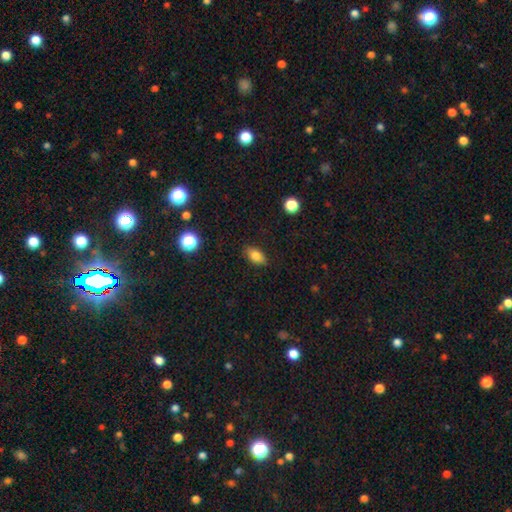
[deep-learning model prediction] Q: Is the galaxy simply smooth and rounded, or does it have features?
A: smooth — 81%.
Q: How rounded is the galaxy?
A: in between — 87%.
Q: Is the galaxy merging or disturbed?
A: none — 86%.